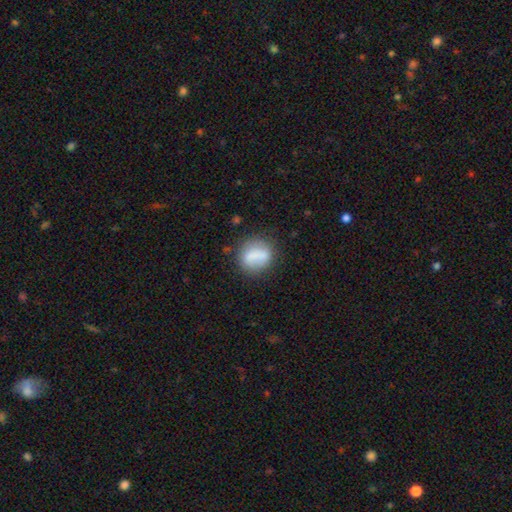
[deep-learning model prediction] Smooth or featured: smooth — 72% (featured or disk — 20%)
How rounded: round — 68% (in between — 30%)
Merging: none — 64% (minor disturbance — 19%)